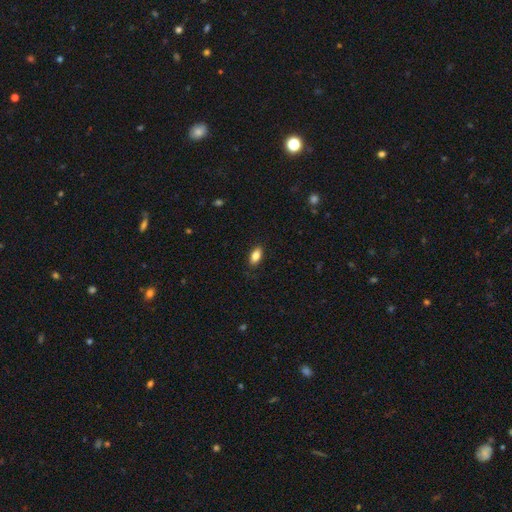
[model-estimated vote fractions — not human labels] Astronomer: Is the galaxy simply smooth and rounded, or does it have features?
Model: smooth — 83%.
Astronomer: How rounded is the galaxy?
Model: in between — 89%.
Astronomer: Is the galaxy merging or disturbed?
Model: none — 85%.